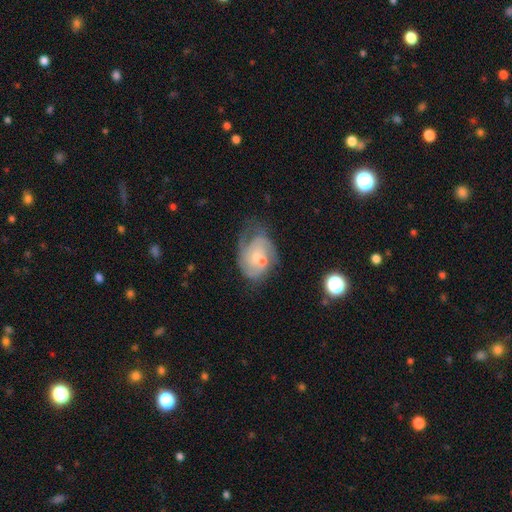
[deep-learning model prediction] The model was most divided on "spiral arm count": 2: 39%, can't tell: 31%, 3: 17%, 1: 5%, 4: 4%, more than 4: 3%. Remaining: edge-on disk — no (97%); spiral arms — yes (88%); smooth or featured — featured or disk (74%); bulge size — small (62%); bar — no (61%); spiral winding — tight (47%); merging — none (44%).